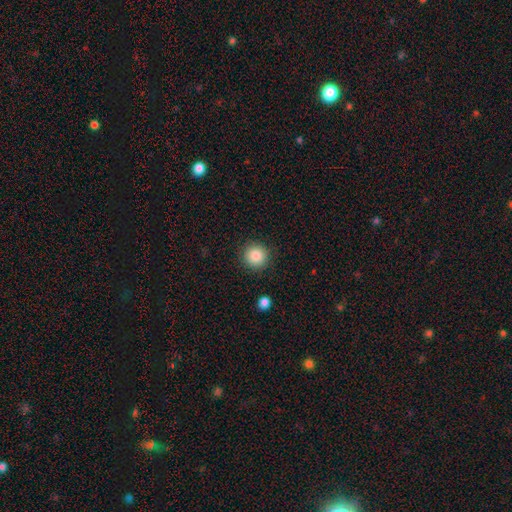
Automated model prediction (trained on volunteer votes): smooth-or-featured: smooth: 86% | star or artifact: 9% | featured or disk: 4%
  how-rounded: round: 94% | in between: 5% | cigar-shaped: 1%
  merging: none: 90% | minor disturbance: 6% | major disturbance: 2% | merger: 1%